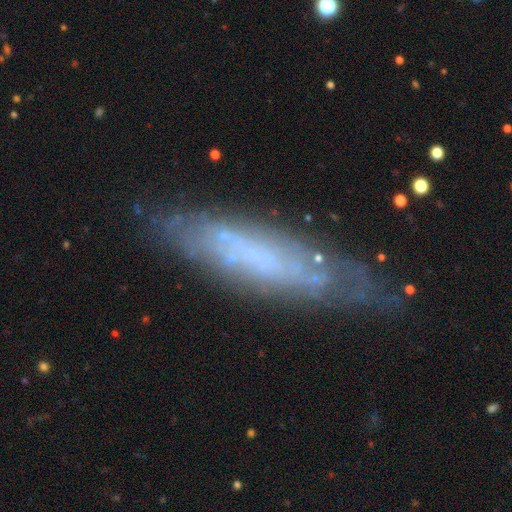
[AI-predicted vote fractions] A featured or disk galaxy (58%).

Vote fractions:
- Smooth or featured? featured or disk: 58% / smooth: 34% / star or artifact: 9%
- Edge-on disk? no: 56% / yes: 44%
- Merging? none: 74% / minor disturbance: 18% / major disturbance: 6% / merger: 2%